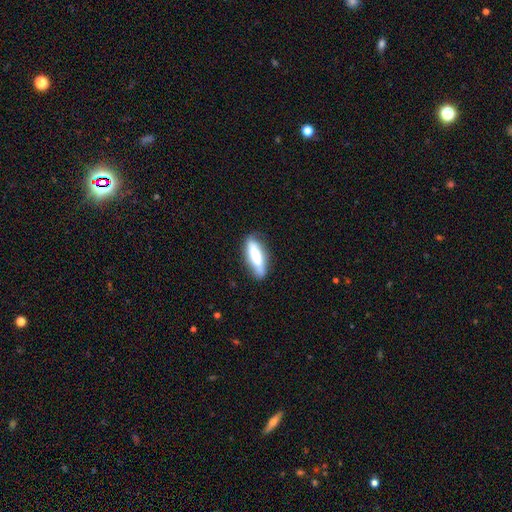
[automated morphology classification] smooth_or_featured: smooth (p=0.66) [alt: featured or disk p=0.28]
how_rounded: cigar-shaped (p=0.54) [alt: in between p=0.44]
merging: none (p=0.77) [alt: minor disturbance p=0.18]